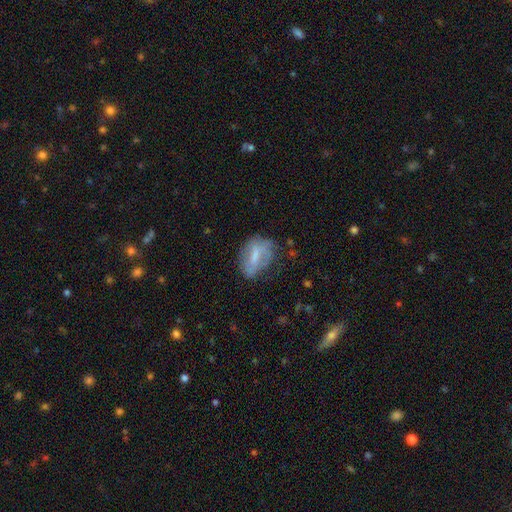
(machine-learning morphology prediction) Smooth or featured? Predicted: smooth (p=0.49). Merging? Predicted: none (p=0.48).